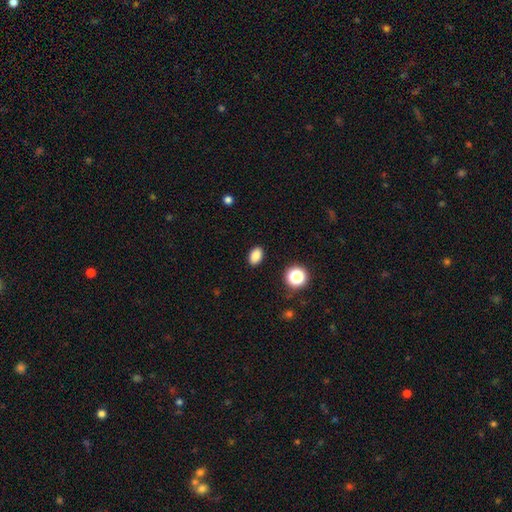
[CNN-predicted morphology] Smooth or featured: smooth — 85% (star or artifact — 11%)
How rounded: in between — 84% (round — 15%)
Merging: none — 89% (minor disturbance — 7%)